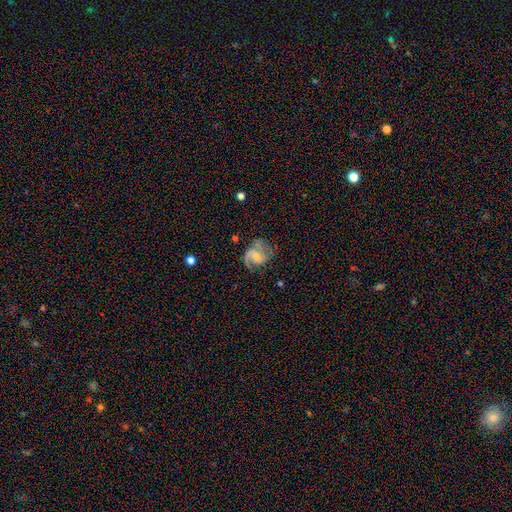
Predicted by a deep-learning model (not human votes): Smooth or featured? featured or disk (74%)
Edge-on disk? no (98%)
Bar? weak (45%)
Spiral arms? yes (91%)
Spiral winding? medium (47%)
Spiral arm count? 2 (64%)
Bulge size? small (48%)
Merging? none (52%)